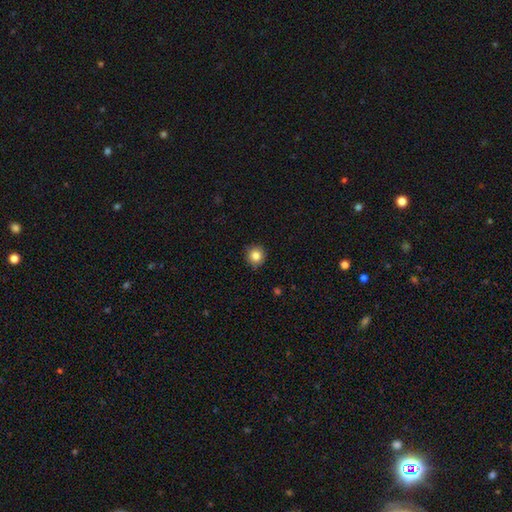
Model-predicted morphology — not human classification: type=smooth (84%); roundness=round (93%); merging=none (89%).